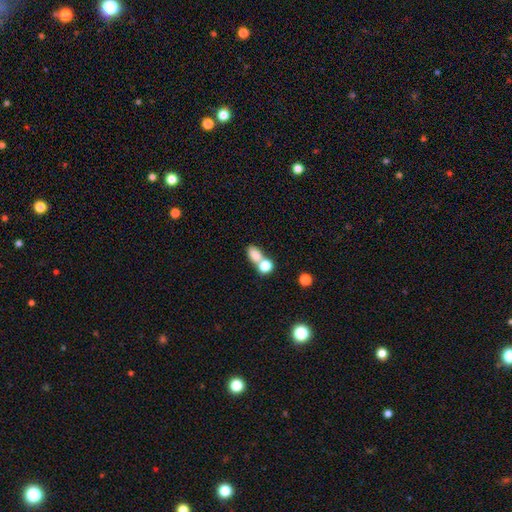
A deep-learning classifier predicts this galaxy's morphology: Q: Smooth or featured?
A: smooth (79%); runner-up: star or artifact (11%)
Q: How rounded?
A: in between (74%); runner-up: round (23%)
Q: Merging?
A: merger (49%); runner-up: none (37%)